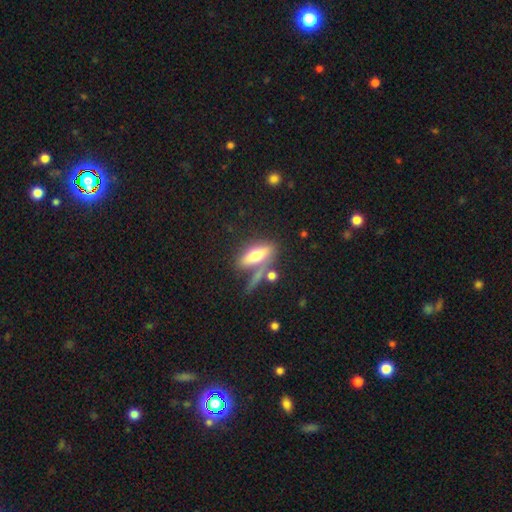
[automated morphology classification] A smooth galaxy with no disk features (54%) that is in between round and cigar-shaped (50%). Merging: none (55%).